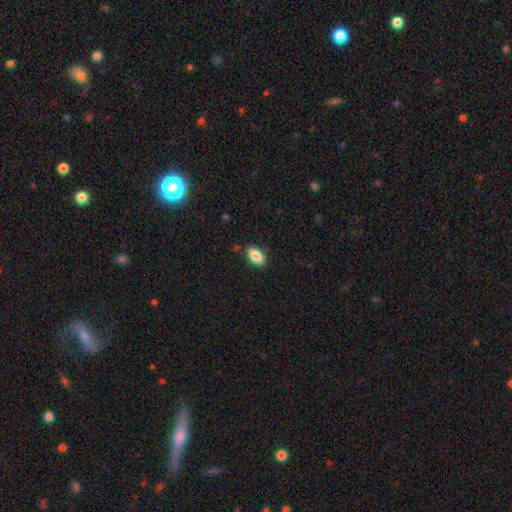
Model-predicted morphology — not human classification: Smooth or featured: smooth — 87% (star or artifact — 7%)
How rounded: in between — 92% (round — 5%)
Merging: none — 86% (minor disturbance — 10%)